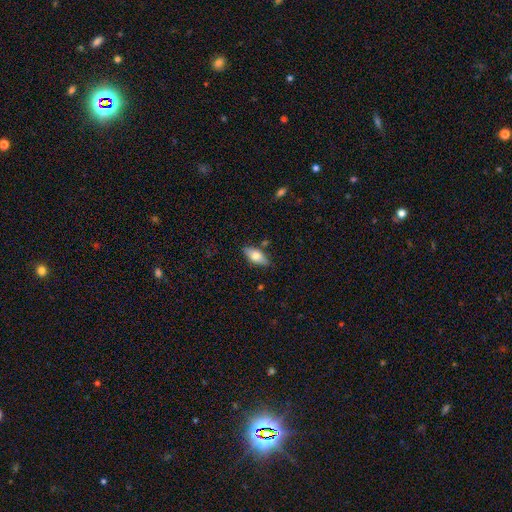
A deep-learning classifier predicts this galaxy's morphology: This appears to be a smooth galaxy with no disk features (71%) that is in between round and cigar-shaped (85%). Merging: none (80%).